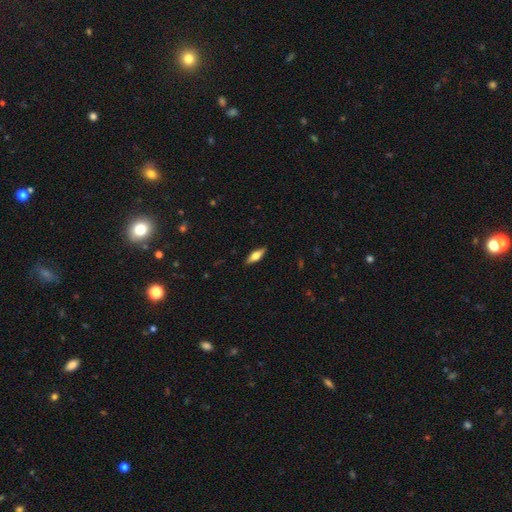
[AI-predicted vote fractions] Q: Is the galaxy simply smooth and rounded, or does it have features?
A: featured or disk — 47%, tied with smooth.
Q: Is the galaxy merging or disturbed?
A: none — 89%.